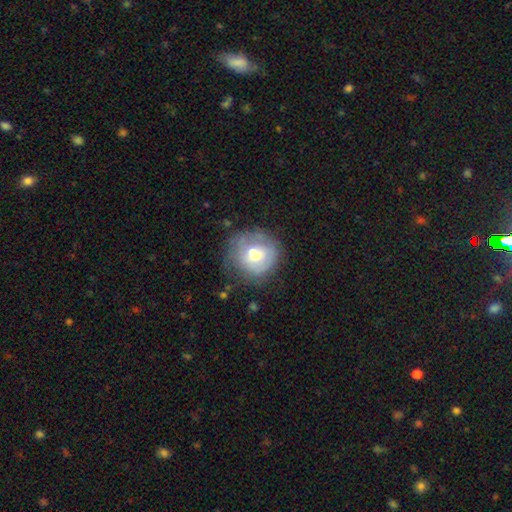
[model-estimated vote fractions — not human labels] Overall: smooth (48%; featured or disk 43%). Merging: none (51%; minor disturbance 20%).